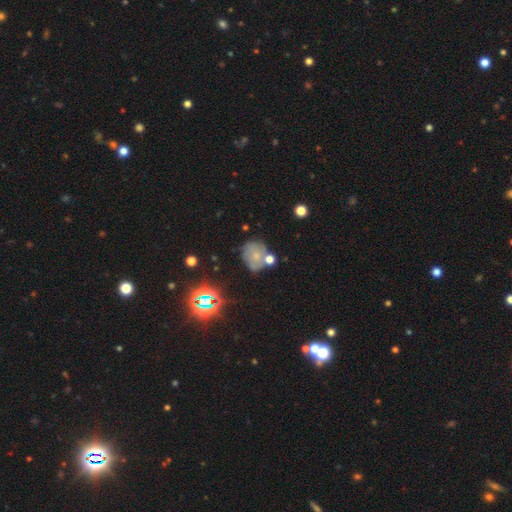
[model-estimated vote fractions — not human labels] This is possibly a smooth galaxy (57%). How rounded: likely round (69%). Merging: possibly none (49%).